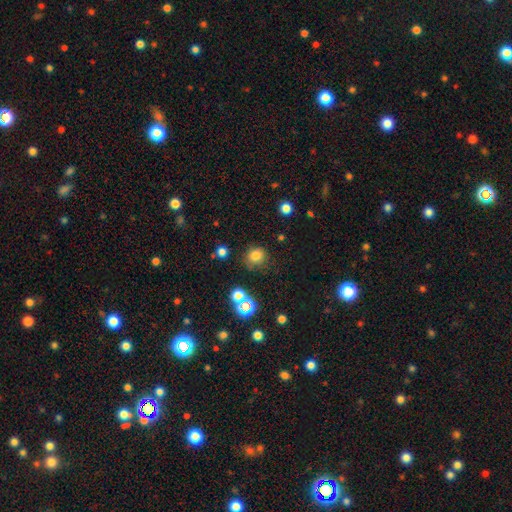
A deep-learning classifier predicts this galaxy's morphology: This appears to be a smooth galaxy with no disk features (76%) that is round (84%). Merging: none (75%).